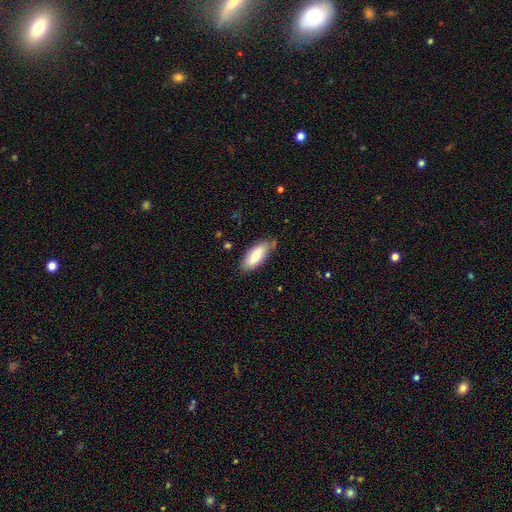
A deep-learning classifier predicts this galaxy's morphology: smooth-or-featured: smooth: 73% | featured or disk: 21% | star or artifact: 6%
  how-rounded: in between: 80% | cigar-shaped: 18% | round: 2%
  merging: none: 77% | minor disturbance: 18% | major disturbance: 3% | merger: 2%